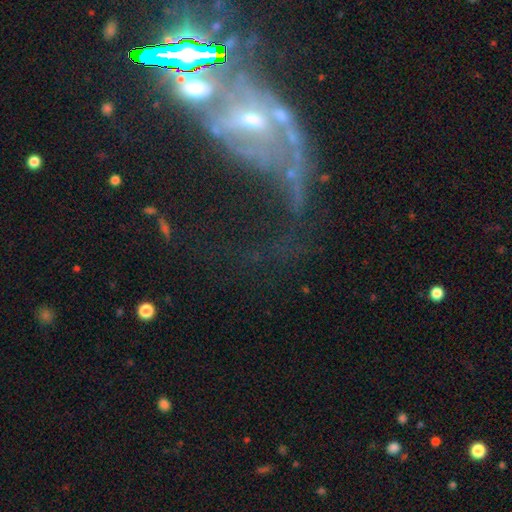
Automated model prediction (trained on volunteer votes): Smooth or featured?
  - featured or disk: 67% *
  - star or artifact: 20%
  - smooth: 13%
Edge-on disk?
  - no: 93% *
  - yes: 7%
Bar?
  - no: 56% *
  - weak: 29%
  - strong: 15%
Spiral arms?
  - yes: 67% *
  - no: 33%
Bulge size?
  - small: 60% *
  - moderate: 29%
  - none: 6%
  - large: 3%
  - dominant: 2%
Merging?
  - major disturbance: 43% *
  - merger: 22%
  - none: 22%
  - minor disturbance: 13%